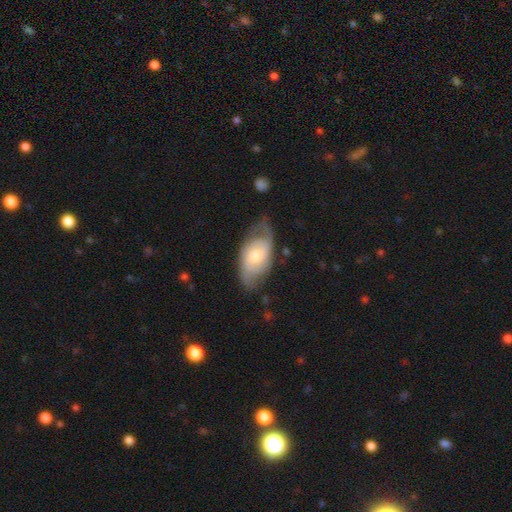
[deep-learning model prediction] featured or disk 63%, smooth 31%, star or artifact 6%. Down the decision tree: edge-on disk — no (94%); bar — no (62%); spiral arms — yes (86%); spiral arm count — 2 (73%); spiral winding — medium (44%); bulge size — moderate (52%); merging — none (59%).